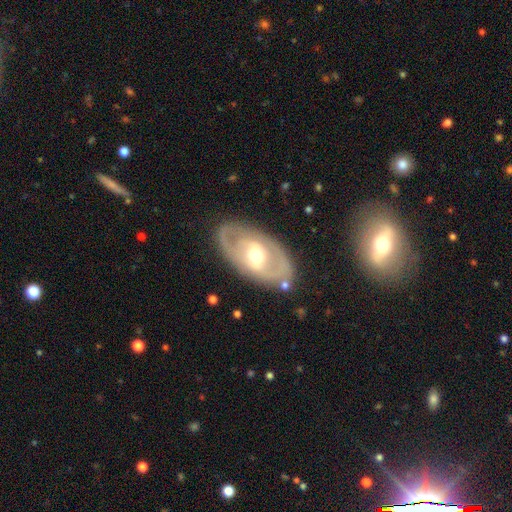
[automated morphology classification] The model was most divided on "spiral arms": yes: 56%, no: 44%. Remaining: edge-on disk — no (91%); merging — none (80%); smooth or featured — featured or disk (73%); bulge size — moderate (70%); bar — no (49%).